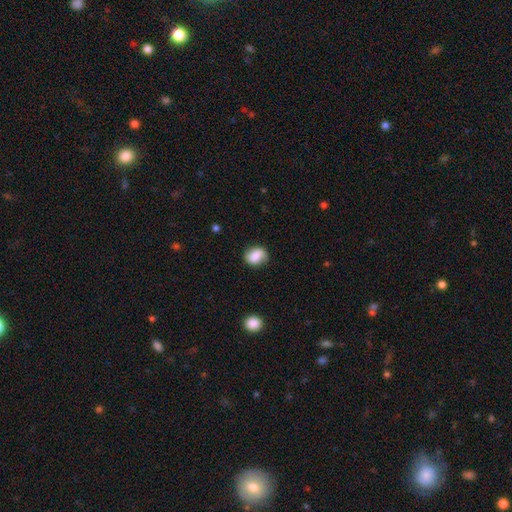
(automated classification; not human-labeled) Smooth or featured? smooth (76%)
How rounded? round (51%)
Merging? none (77%)